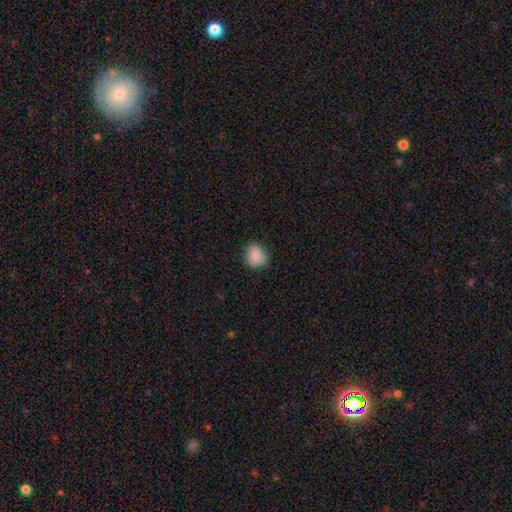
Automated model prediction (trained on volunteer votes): This appears to be a smooth galaxy with no disk features (86%) that is round (78%). Merging: none (81%).